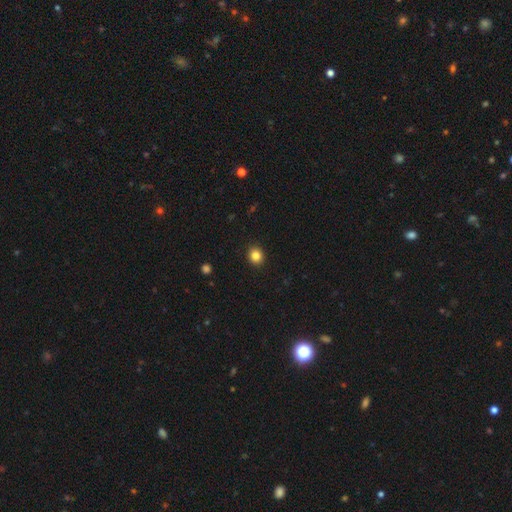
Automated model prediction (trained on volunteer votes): Smooth or featured? Predicted: smooth (p=0.84). How rounded? Predicted: round (p=0.83). Merging? Predicted: none (p=0.92).